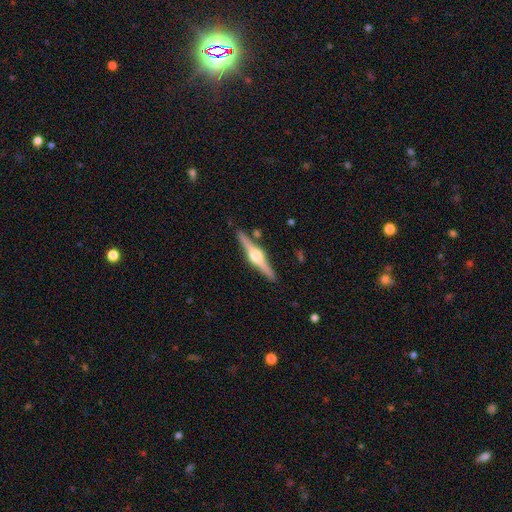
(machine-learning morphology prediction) The model was most divided on "smooth or featured": featured or disk: 83%, smooth: 12%, star or artifact: 5%. More confident: edge-on disk — yes (98%); edge-on bulge — rounded (95%); merging — none (89%).